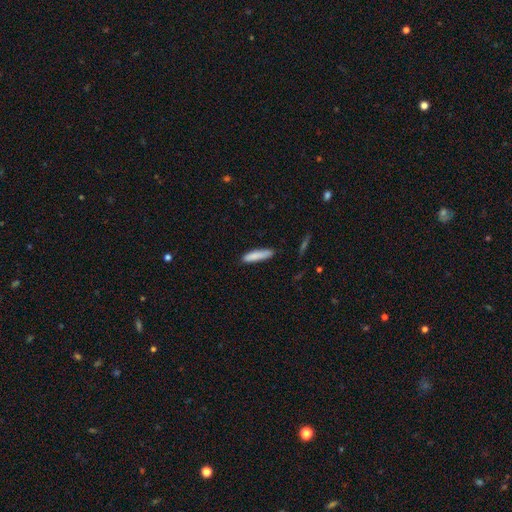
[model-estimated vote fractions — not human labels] Smooth or featured: smooth — 85% (featured or disk — 9%)
How rounded: cigar-shaped — 81% (in between — 18%)
Merging: none — 83% (minor disturbance — 13%)